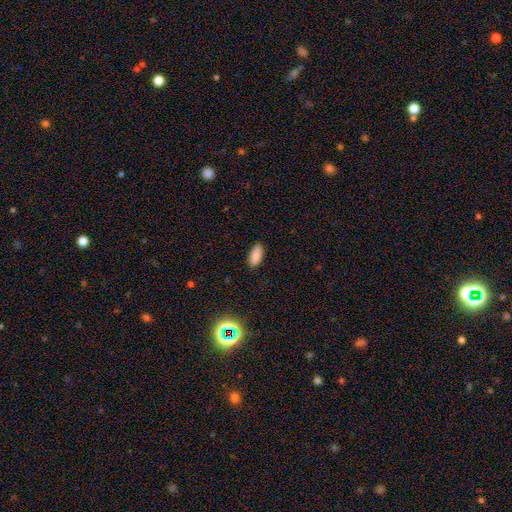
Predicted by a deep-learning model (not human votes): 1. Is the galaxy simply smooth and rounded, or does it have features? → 87% smooth, 9% star or artifact, 4% featured or disk.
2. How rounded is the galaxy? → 88% in between, 10% cigar-shaped, 2% round.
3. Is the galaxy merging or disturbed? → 87% none, 10% minor disturbance, 2% major disturbance, 1% merger.